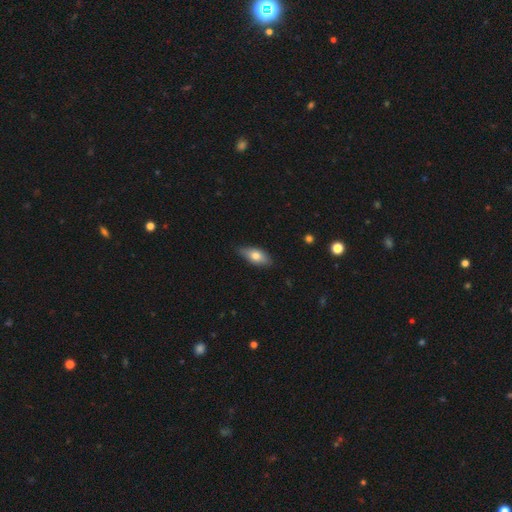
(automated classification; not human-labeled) smooth 71%, featured or disk 22%, star or artifact 6%. Down the decision tree: how rounded — in between (83%); merging — none (80%).